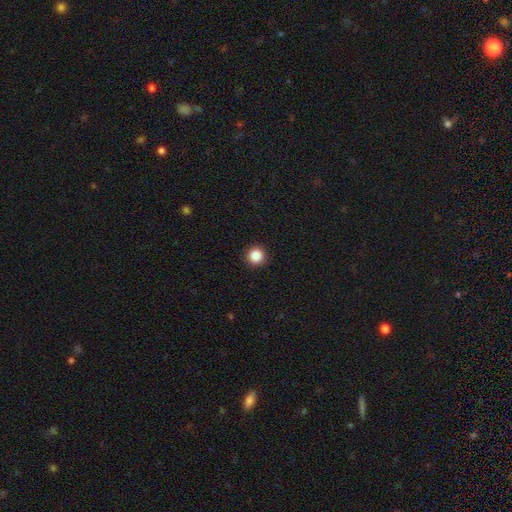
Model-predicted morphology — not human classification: This is clearly a smooth galaxy (87%). How rounded: clearly round (95%). Merging: clearly none (93%).